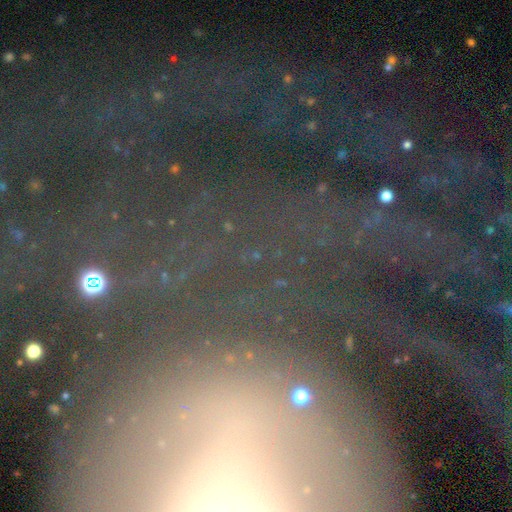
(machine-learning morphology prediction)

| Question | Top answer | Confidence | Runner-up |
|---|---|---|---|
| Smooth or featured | star or artifact | 52% | featured or disk (33%) |